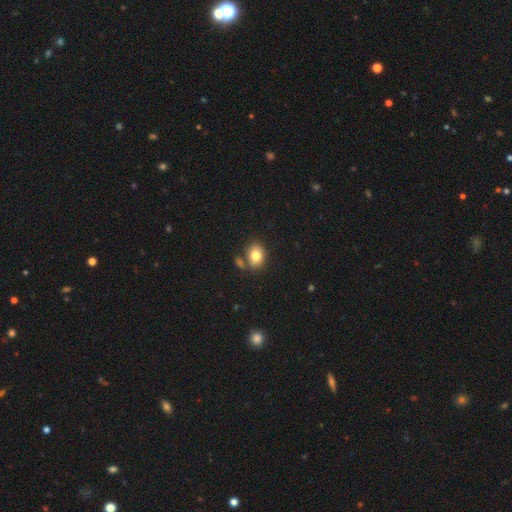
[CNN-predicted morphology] smooth-or-featured: smooth: 79% | featured or disk: 11% | star or artifact: 10%
  how-rounded: in between: 57% | round: 42% | cigar-shaped: 1%
  merging: none: 67% | merger: 17% | minor disturbance: 12% | major disturbance: 4%